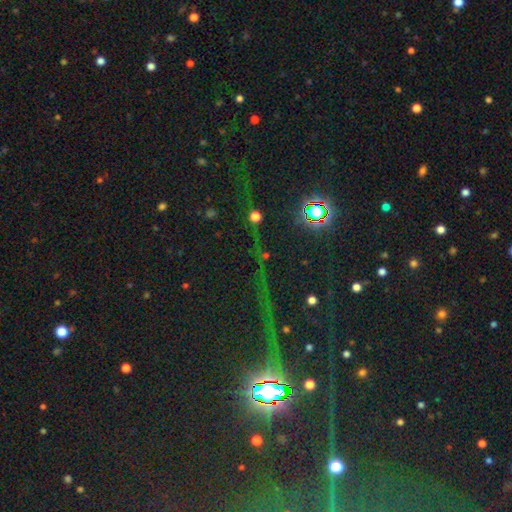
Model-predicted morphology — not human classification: smooth-or-featured: star or artifact: 83% | smooth: 9% | featured or disk: 8%